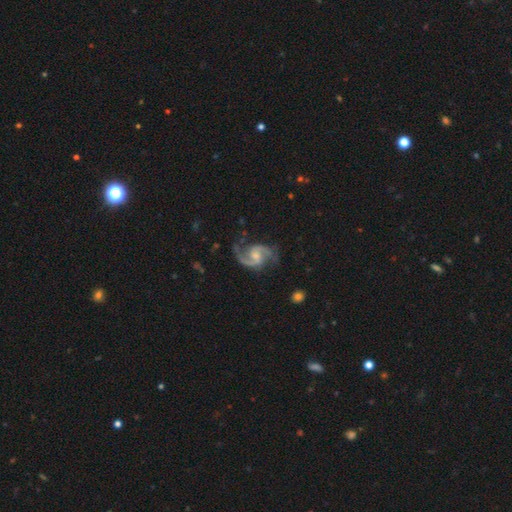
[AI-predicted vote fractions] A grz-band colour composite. It shows a featured or disk galaxy (92%) with a weak bar (46%), 2 (93%) medium (57%) spiral arms (98%) and a small central bulge (46%). Merging: none (74%).